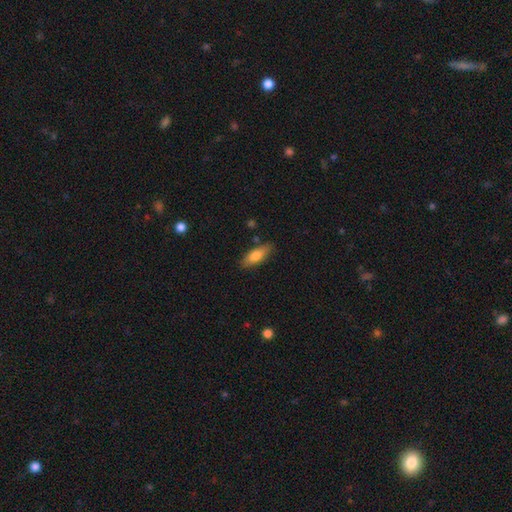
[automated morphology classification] smooth 72%, featured or disk 21%, star or artifact 6%. Down the decision tree: how rounded — in between (62%); merging — none (82%).